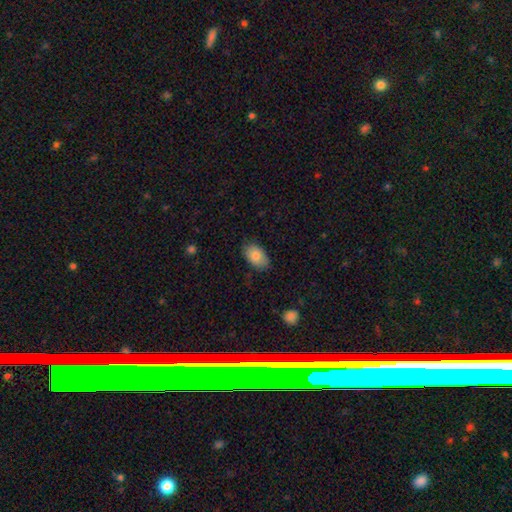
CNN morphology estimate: type=smooth (84%); roundness=in between (91%); merging=none (79%).